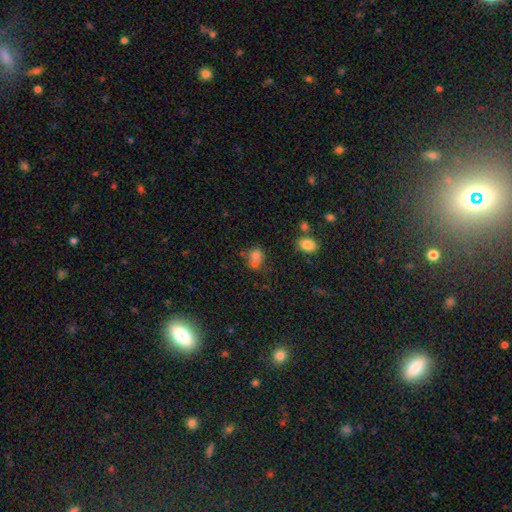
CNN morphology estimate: The model was most divided on "merging": merger: 51%, none: 35%, minor disturbance: 9%, major disturbance: 5%. More confident: smooth or featured — smooth (74%); how rounded — round (72%).